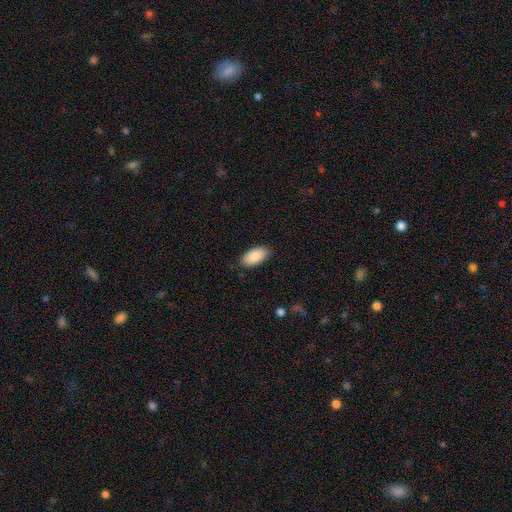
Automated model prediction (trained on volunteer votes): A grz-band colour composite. It shows a smooth galaxy with no disk features (88%) that is in between round and cigar-shaped (95%). Merging: none (86%).